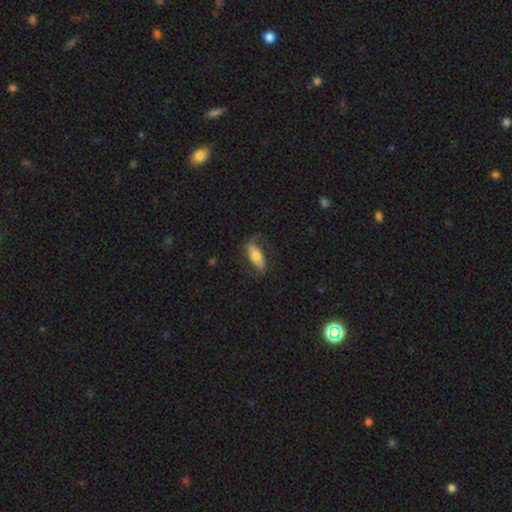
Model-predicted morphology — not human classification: Smooth or featured? Predicted: smooth (p=0.54). How rounded? Predicted: in between (p=0.76). Merging? Predicted: none (p=0.67).